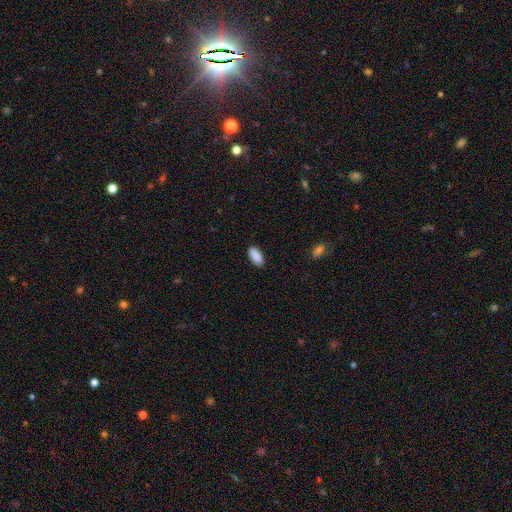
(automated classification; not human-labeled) A smooth galaxy with no disk features (90%) that is in between round and cigar-shaped (92%). Merging: none (88%).